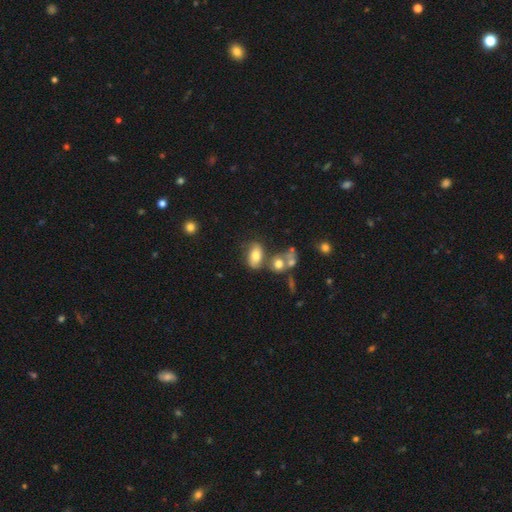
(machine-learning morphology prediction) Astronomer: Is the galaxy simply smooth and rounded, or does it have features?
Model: smooth — 71%.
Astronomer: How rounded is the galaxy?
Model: in between — 87%.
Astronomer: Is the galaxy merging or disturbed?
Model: none — 49% (runner-up: merger, 25%).